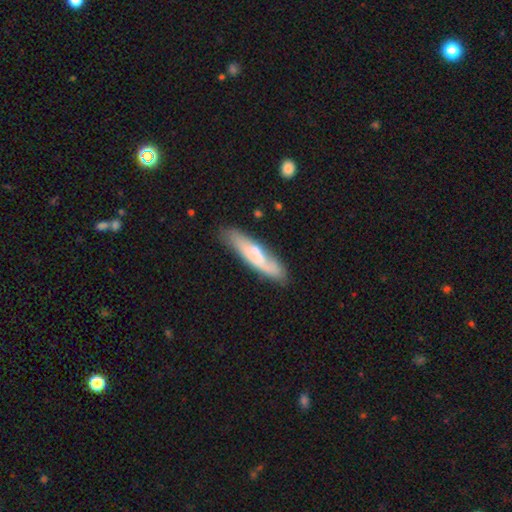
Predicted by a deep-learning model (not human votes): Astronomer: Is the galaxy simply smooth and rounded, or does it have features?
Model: smooth — 54% (runner-up: featured or disk, 41%).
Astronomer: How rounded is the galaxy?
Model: cigar-shaped — 75%.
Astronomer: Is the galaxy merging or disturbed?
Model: none — 70%.